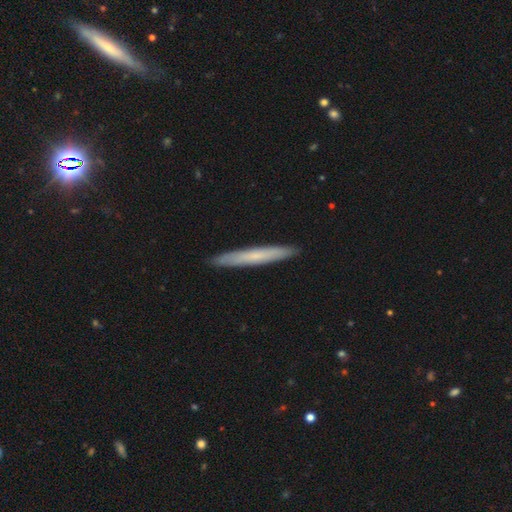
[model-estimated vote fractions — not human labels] Smooth or featured?
  - smooth: 56% *
  - featured or disk: 38%
  - star or artifact: 6%
How rounded?
  - cigar-shaped: 96% *
  - in between: 2%
  - round: 1%
Merging?
  - none: 92% *
  - minor disturbance: 6%
  - major disturbance: 1%
  - merger: 1%